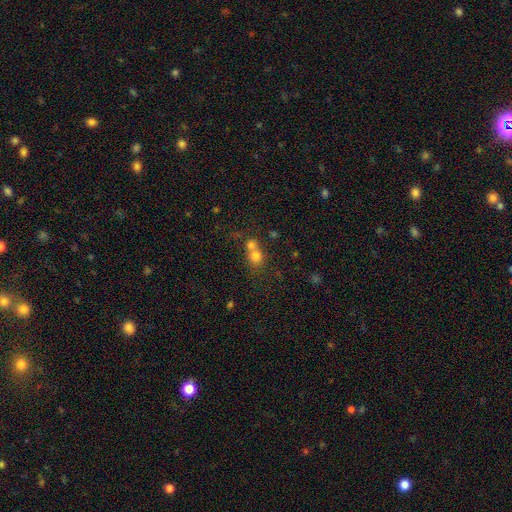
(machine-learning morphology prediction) smooth 74%, star or artifact 13%, featured or disk 12%. Down the decision tree: how rounded — round (77%); merging — merger (59%).